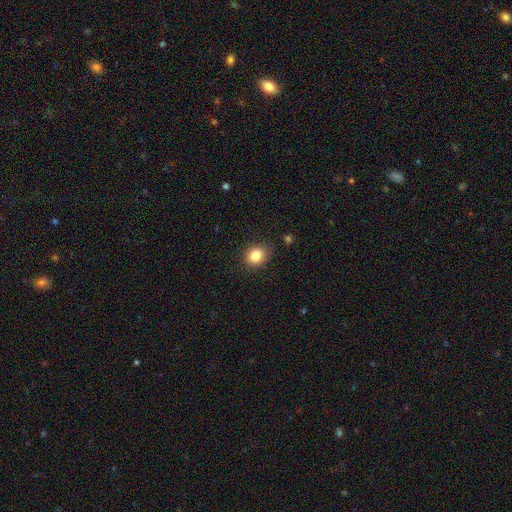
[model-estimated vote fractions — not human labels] A smooth galaxy with no disk features (84%) that is round (72%).

Vote fractions:
- Smooth or featured? smooth: 84% / star or artifact: 11% / featured or disk: 6%
- How rounded? round: 72% / in between: 27% / cigar-shaped: 1%
- Merging? none: 85% / minor disturbance: 11% / major disturbance: 3% / merger: 1%